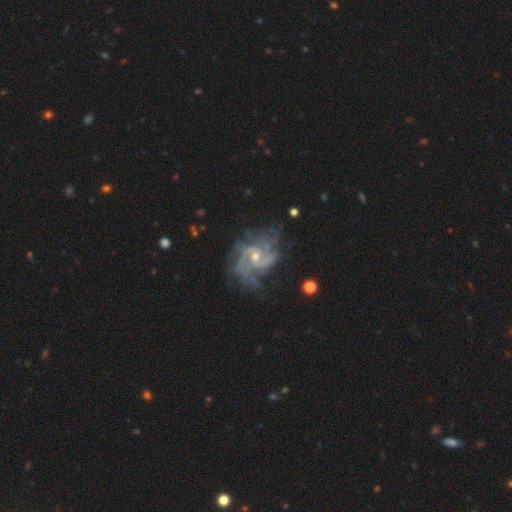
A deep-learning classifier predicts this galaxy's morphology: The model was most divided on "bulge size": small: 55%, moderate: 42%, none: 1%, large: 1%, dominant: 1%. Remaining: edge-on disk — no (98%); spiral arms — yes (98%); smooth or featured — featured or disk (91%); merging — none (62%); bar — no (56%); spiral winding — medium (51%); spiral arm count — 2 (41%).